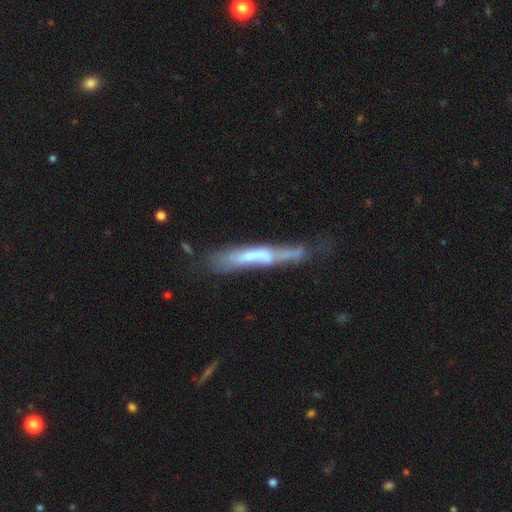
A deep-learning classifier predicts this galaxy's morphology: A featured or disk galaxy (55%) viewed edge-on (54%). Merging: major disturbance (30%).